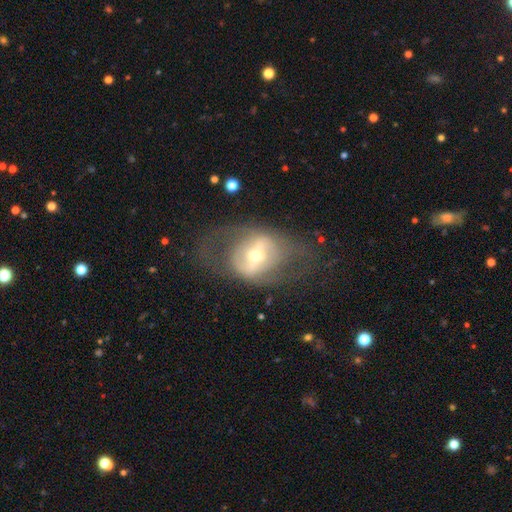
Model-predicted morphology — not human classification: A featured or disk galaxy (66%) with a strong bar (40%), no spiral arms (63%) and a moderate central bulge (48%).

Vote fractions:
- Smooth or featured? featured or disk: 66% / smooth: 26% / star or artifact: 8%
- Edge-on disk? no: 91% / yes: 9%
- Bar? strong: 40% / weak: 32% / no: 27%
- Spiral arms? no: 63% / yes: 37%
- Bulge size? moderate: 48% / small: 43% / large: 6% / dominant: 2% / none: 1%
- Merging? none: 57% / major disturbance: 22% / minor disturbance: 19% / merger: 2%